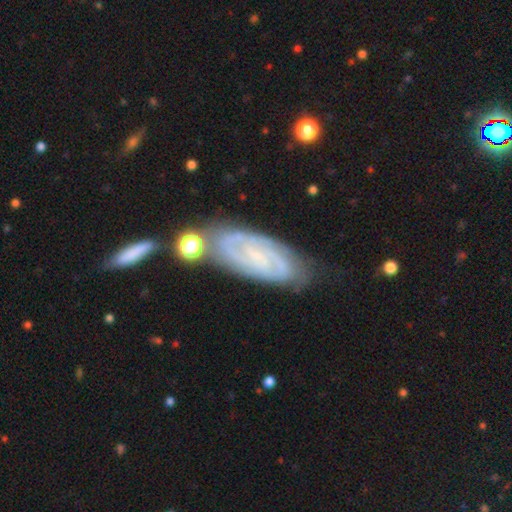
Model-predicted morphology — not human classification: smooth-or-featured: featured or disk: 82% | smooth: 11% | star or artifact: 7%
  disk-edge-on: no: 92% | yes: 8%
    bar: no: 49% | weak: 39% | strong: 12%
    has-spiral-arms: yes: 96% | no: 4%
      spiral-winding: tight: 69% | medium: 26% | loose: 5%
      spiral-arm-count: 2: 49% | can't tell: 24% | 3: 15% | 4: 5% | 1: 4% | more than 4: 4%
    bulge-size: small: 71% | none: 17% | moderate: 10% | large: 1% | dominant: 1%
  merging: none: 68% | minor disturbance: 19% | merger: 8% | major disturbance: 5%